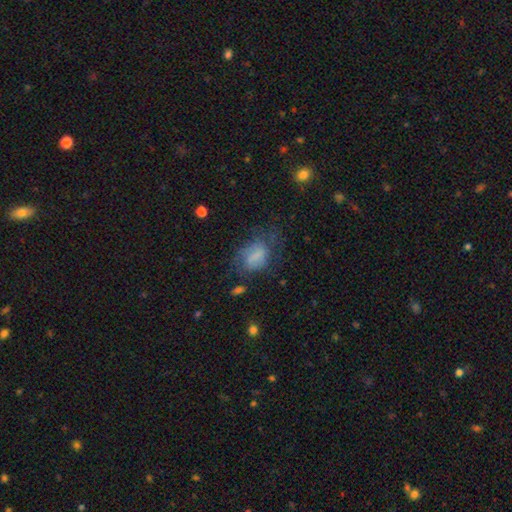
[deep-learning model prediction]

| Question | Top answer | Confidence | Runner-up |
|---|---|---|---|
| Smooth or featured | smooth | 56% | featured or disk (33%) |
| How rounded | in between | 78% | round (20%) |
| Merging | none | 40% | major disturbance (30%) |